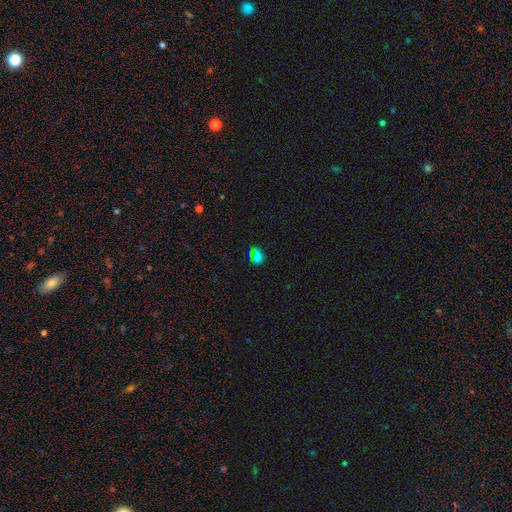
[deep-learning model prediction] A smooth galaxy with no disk features (62%) that is in between round and cigar-shaped (61%).

Vote fractions:
- Smooth or featured? smooth: 62% / star or artifact: 32% / featured or disk: 6%
- How rounded? in between: 61% / round: 36% / cigar-shaped: 3%
- Merging? none: 74% / minor disturbance: 15% / major disturbance: 5% / merger: 5%